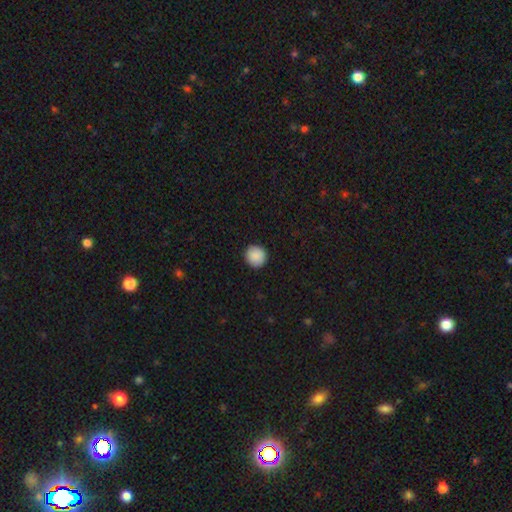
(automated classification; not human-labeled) Morphology: type=smooth (90%); roundness=round (94%); merging=none (92%).